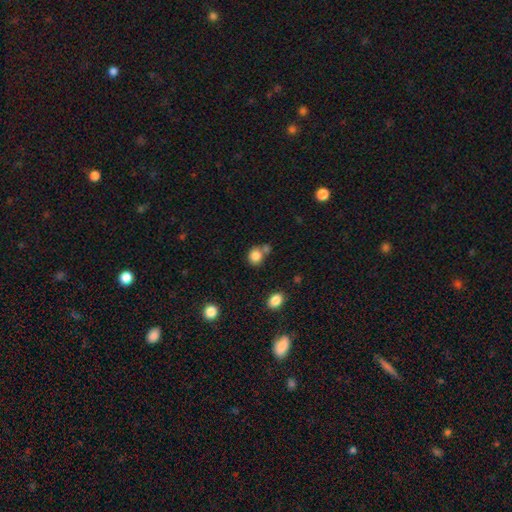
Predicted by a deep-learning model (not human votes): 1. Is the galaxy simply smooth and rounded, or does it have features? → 84% smooth, 10% star or artifact, 6% featured or disk.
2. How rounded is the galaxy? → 79% round, 20% in between, 1% cigar-shaped.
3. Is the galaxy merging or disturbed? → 58% none, 27% merger, 12% minor disturbance, 4% major disturbance.